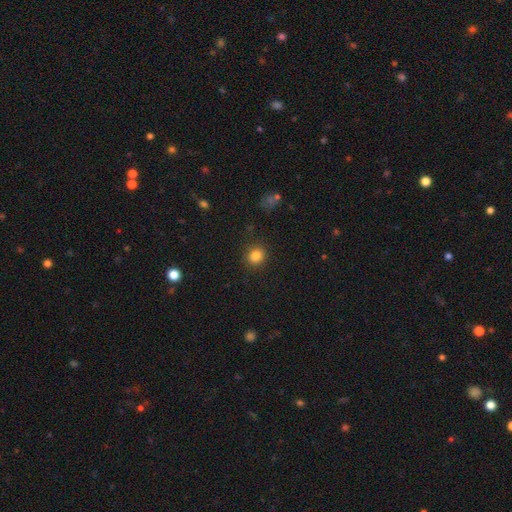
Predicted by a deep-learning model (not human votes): smooth 84%, star or artifact 11%, featured or disk 5%. Down the decision tree: how rounded — round (82%); merging — none (88%).